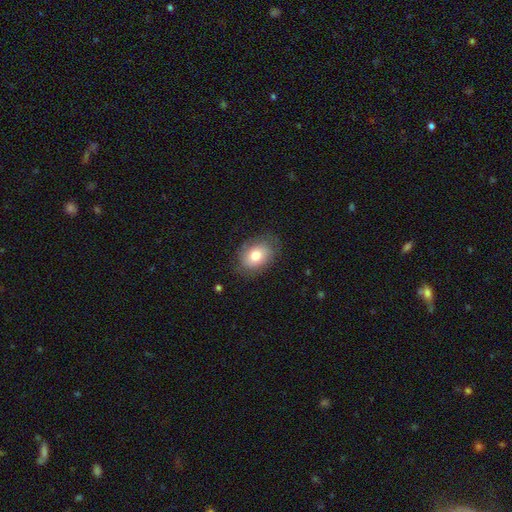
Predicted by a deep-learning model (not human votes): This is likely a smooth galaxy (75%). How rounded: likely in between (71%). Merging: likely none (74%).